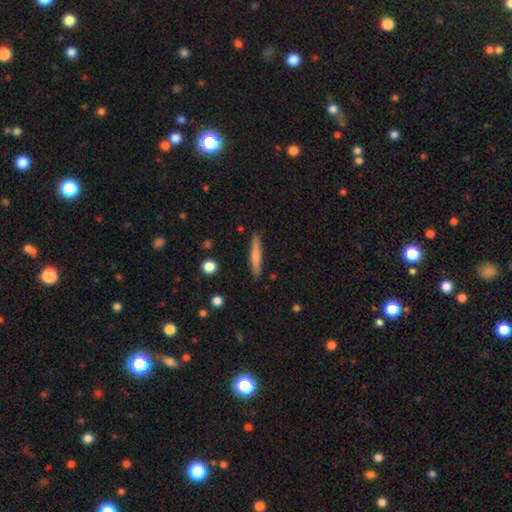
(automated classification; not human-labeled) Morphology: type=smooth (63%); roundness=cigar-shaped (93%); merging=none (88%).